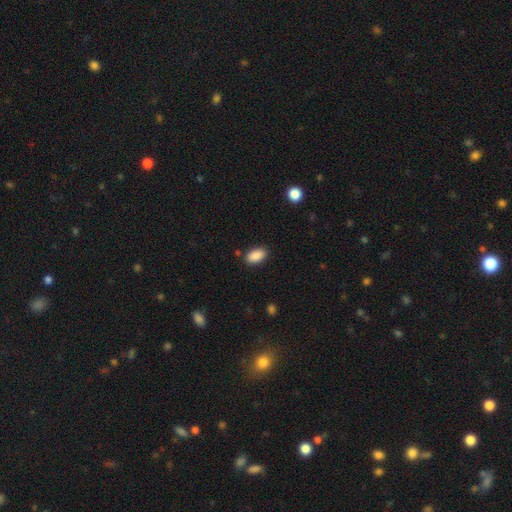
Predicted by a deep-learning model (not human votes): Smooth or featured? Predicted: smooth (p=0.89). How rounded? Predicted: in between (p=0.93). Merging? Predicted: none (p=0.86).